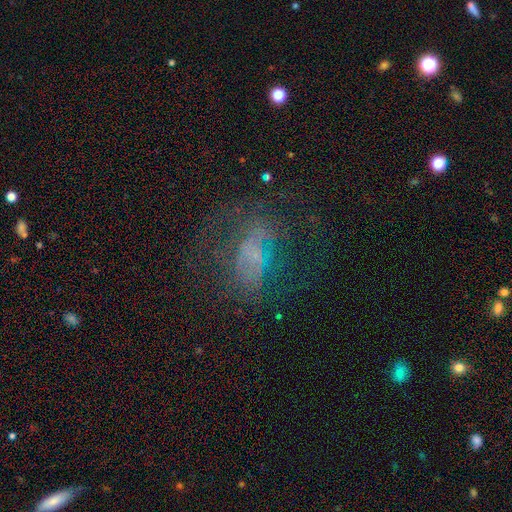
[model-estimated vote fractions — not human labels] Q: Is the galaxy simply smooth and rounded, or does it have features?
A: featured or disk — 51%.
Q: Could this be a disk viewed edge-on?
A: no — 95%.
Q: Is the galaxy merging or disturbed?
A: none — 47%.